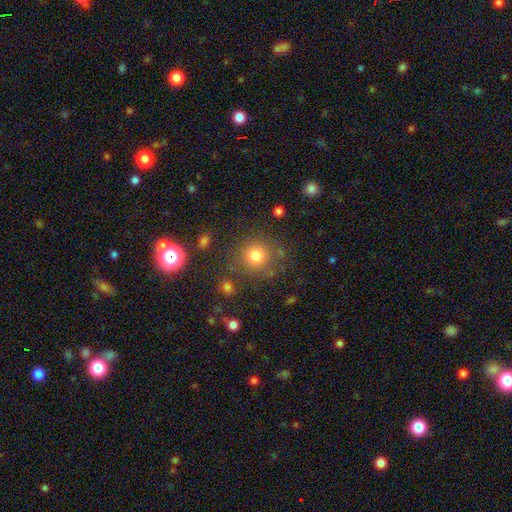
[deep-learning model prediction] Q: Smooth or featured?
A: smooth (78%); runner-up: star or artifact (14%)
Q: How rounded?
A: round (92%); runner-up: in between (7%)
Q: Merging?
A: none (78%); runner-up: minor disturbance (11%)